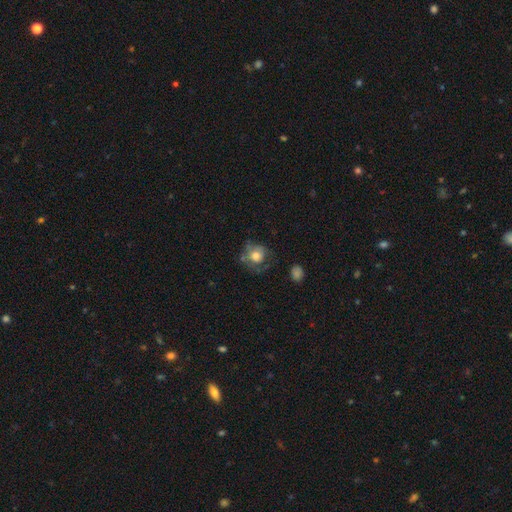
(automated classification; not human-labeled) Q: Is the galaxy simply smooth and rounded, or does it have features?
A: smooth — 65%.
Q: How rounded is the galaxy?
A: round — 81%.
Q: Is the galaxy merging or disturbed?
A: none — 47%.